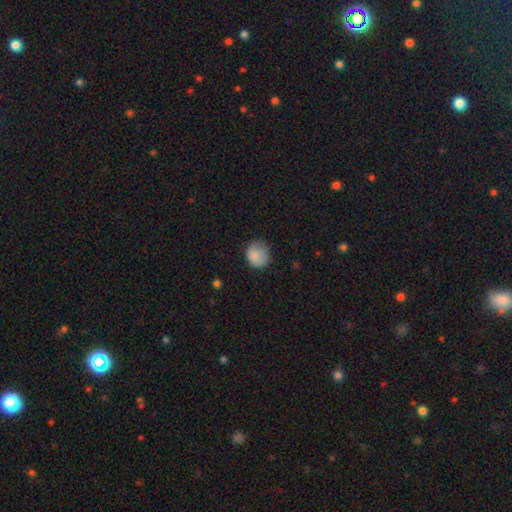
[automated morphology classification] A smooth galaxy with no disk features (85%) that is round (78%). Merging: none (68%).